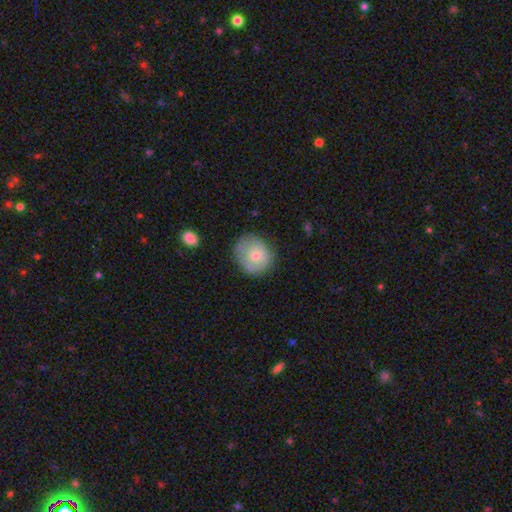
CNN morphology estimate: A smooth galaxy with no disk features (65%) that is round (70%).

Vote fractions:
- Smooth or featured? smooth: 65% / featured or disk: 27% / star or artifact: 7%
- How rounded? round: 70% / in between: 29% / cigar-shaped: 1%
- Merging? none: 62% / minor disturbance: 26% / major disturbance: 9% / merger: 3%